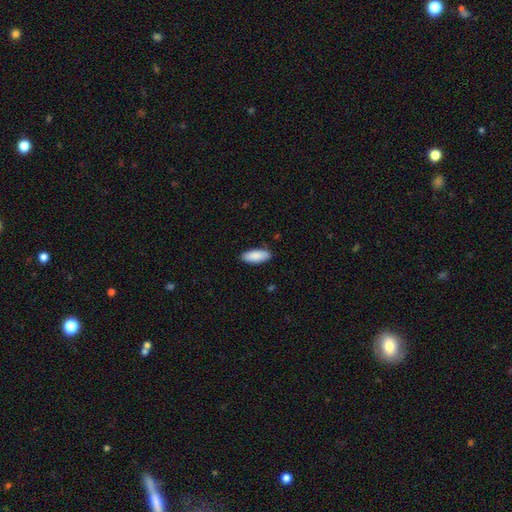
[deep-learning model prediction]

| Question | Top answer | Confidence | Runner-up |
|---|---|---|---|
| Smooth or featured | smooth | 89% | star or artifact (5%) |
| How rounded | in between | 82% | cigar-shaped (17%) |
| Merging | none | 87% | minor disturbance (10%) |